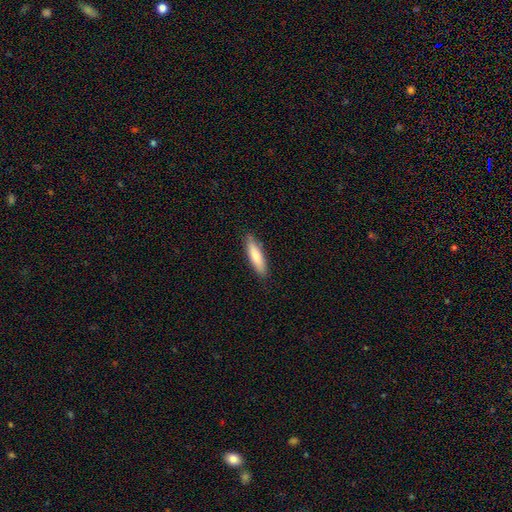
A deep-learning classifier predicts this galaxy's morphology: Smooth or featured? smooth (78%)
How rounded? cigar-shaped (72%)
Merging? none (86%)